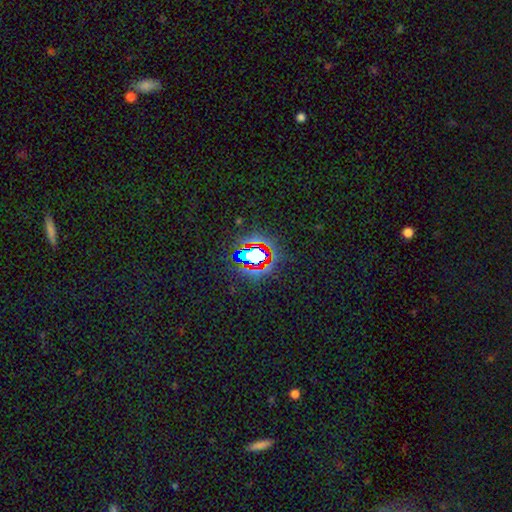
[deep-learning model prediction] smooth_or_featured: star or artifact (p=0.65) [alt: smooth p=0.22]